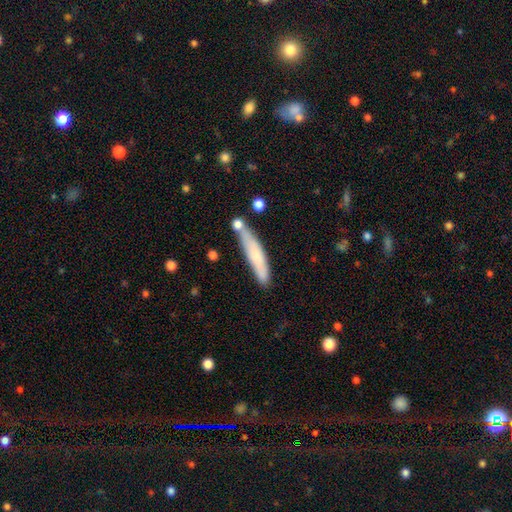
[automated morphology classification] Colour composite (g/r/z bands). It shows a smooth galaxy with no disk features (68%) that is cigar-shaped (87%). Merging: none (69%).